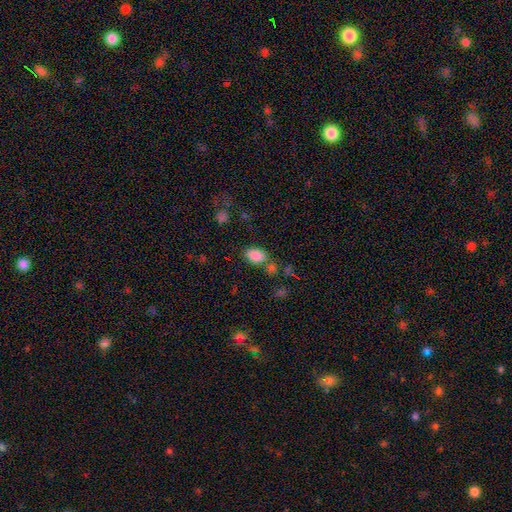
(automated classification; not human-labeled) Smooth or featured? Predicted: smooth (p=0.87). How rounded? Predicted: in between (p=0.86). Merging? Predicted: none (p=0.69).